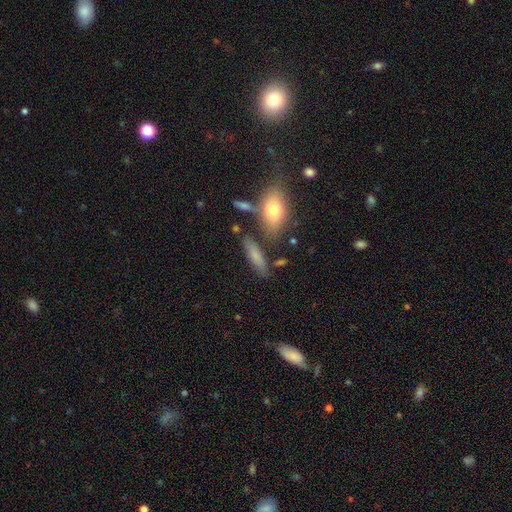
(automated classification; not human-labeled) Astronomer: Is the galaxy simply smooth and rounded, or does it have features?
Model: smooth — 73%.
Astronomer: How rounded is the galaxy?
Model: cigar-shaped — 55% (runner-up: in between, 41%).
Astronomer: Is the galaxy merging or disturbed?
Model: none — 74%.